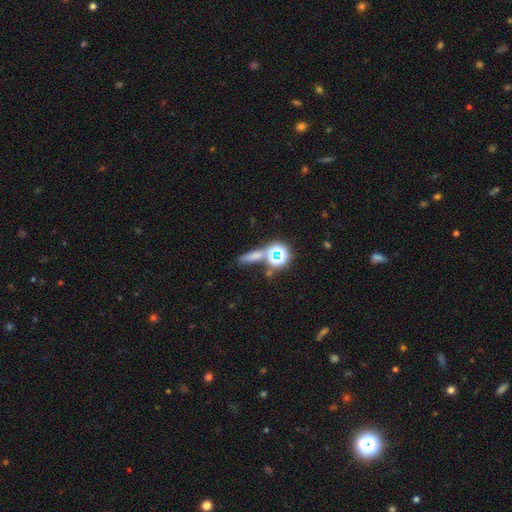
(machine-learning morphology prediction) smooth_or_featured: smooth (p=0.57) [alt: star or artifact p=0.30]
how_rounded: cigar-shaped (p=0.55) [alt: in between p=0.25]
merging: none (p=0.67) [alt: merger p=0.16]